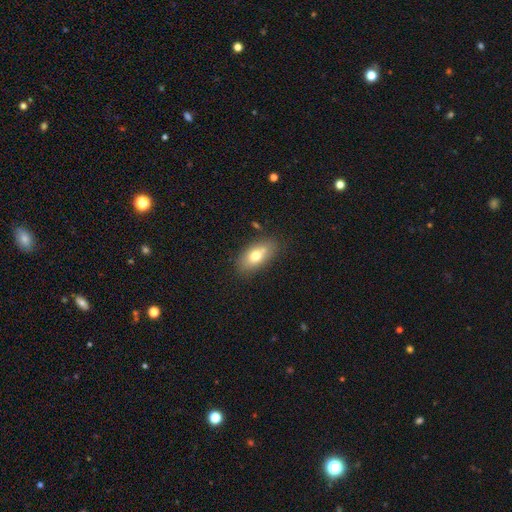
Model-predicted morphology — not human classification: A smooth galaxy with no disk features (71%) that is in between round and cigar-shaped (87%).

Vote fractions:
- Smooth or featured? smooth: 71% / featured or disk: 21% / star or artifact: 8%
- How rounded? in between: 87% / round: 7% / cigar-shaped: 6%
- Merging? none: 73% / minor disturbance: 16% / merger: 8% / major disturbance: 4%